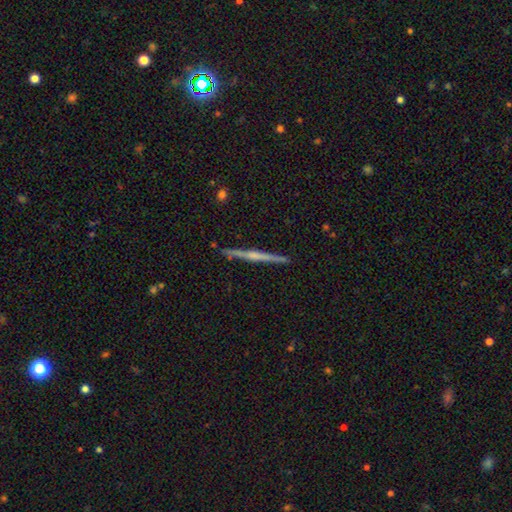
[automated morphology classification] A featured or disk galaxy (70%) viewed edge-on (98%) with a rounded central bulge (53%).

Vote fractions:
- Smooth or featured? featured or disk: 70% / smooth: 24% / star or artifact: 6%
- Edge-on disk? yes: 98% / no: 2%
- Edge-on bulge? rounded: 53% / none: 33% / boxy: 14%
- Merging? none: 91% / minor disturbance: 7% / major disturbance: 1% / merger: 1%